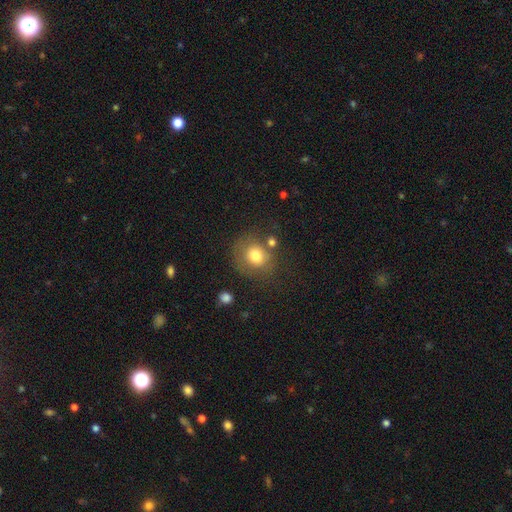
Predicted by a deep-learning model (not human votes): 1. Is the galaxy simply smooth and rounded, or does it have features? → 76% smooth, 13% featured or disk, 11% star or artifact.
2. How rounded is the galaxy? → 77% round, 22% in between, 1% cigar-shaped.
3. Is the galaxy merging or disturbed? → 63% none, 18% minor disturbance, 10% merger, 9% major disturbance.